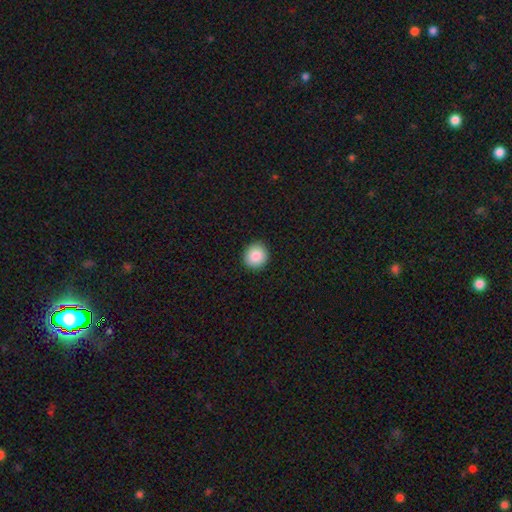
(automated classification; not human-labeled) Overall: smooth (85%). How rounded: round (93%). Merging: none (92%).